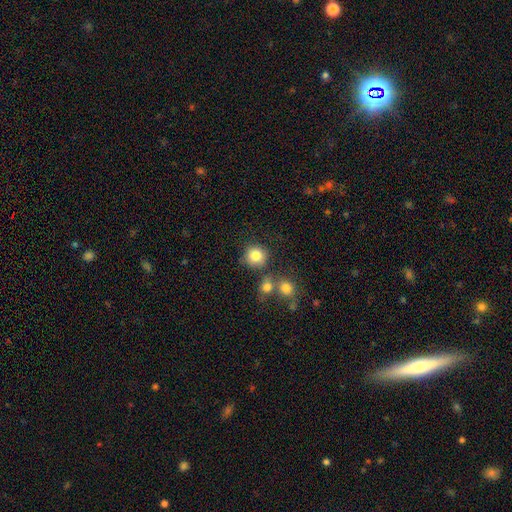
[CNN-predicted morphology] Q: Smooth or featured?
A: smooth (83%); runner-up: star or artifact (11%)
Q: How rounded?
A: round (91%); runner-up: in between (8%)
Q: Merging?
A: none (74%); runner-up: merger (11%)